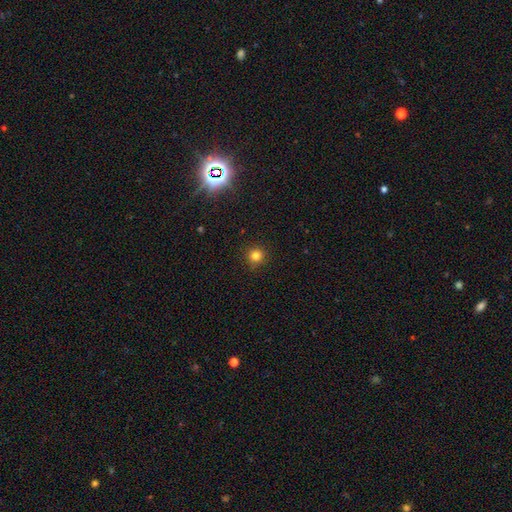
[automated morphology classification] smooth_or_featured: smooth (p=0.81) [alt: star or artifact p=0.14]
how_rounded: round (p=0.95) [alt: in between p=0.04]
merging: none (p=0.91) [alt: minor disturbance p=0.06]